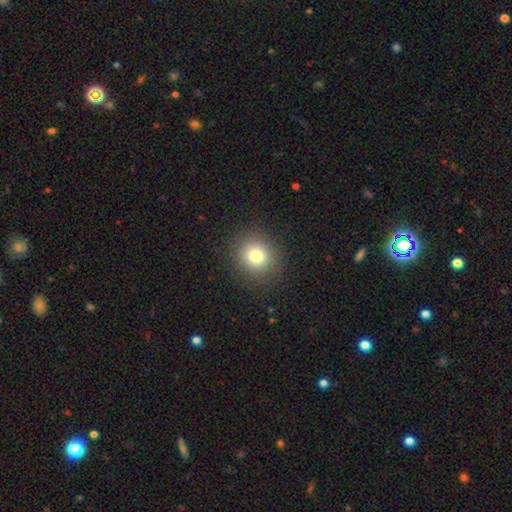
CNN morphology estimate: A smooth galaxy with no disk features (78%) that is round (84%).

Vote fractions:
- Smooth or featured? smooth: 78% / star or artifact: 13% / featured or disk: 9%
- How rounded? round: 84% / in between: 15% / cigar-shaped: 1%
- Merging? none: 89% / minor disturbance: 7% / major disturbance: 3% / merger: 1%